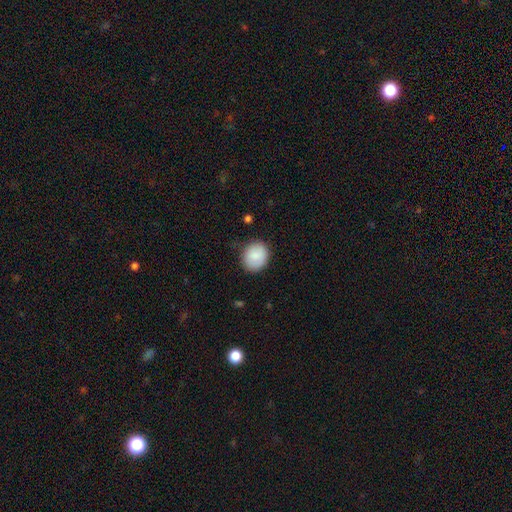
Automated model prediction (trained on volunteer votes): smooth 88%, star or artifact 7%, featured or disk 5%. Down the decision tree: how rounded — round (71%); merging — none (82%).